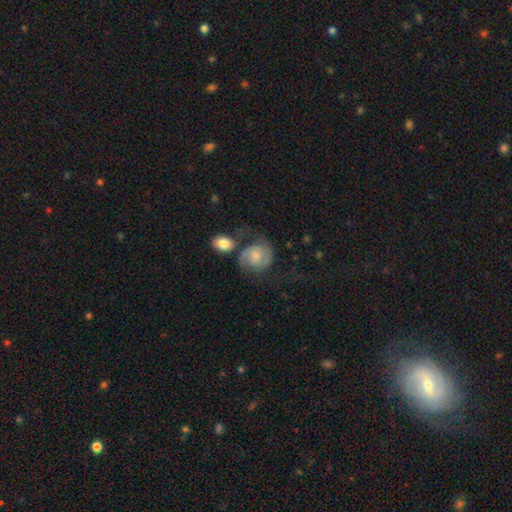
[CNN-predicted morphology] A featured or disk galaxy (60%) with no bar (65%), 2 (86%) medium (48%) spiral arms (90%) and a small central bulge (39%).

Vote fractions:
- Smooth or featured? featured or disk: 60% / smooth: 32% / star or artifact: 8%
- Edge-on disk? no: 98% / yes: 2%
- Bar? no: 65% / weak: 30% / strong: 5%
- Spiral arms? yes: 90% / no: 10%
- Spiral winding? medium: 48% / loose: 29% / tight: 23%
- Spiral arm count? 2: 86% / can't tell: 7% / 1: 3% / 3: 2% / 4: 1% / more than 4: 1%
- Bulge size? small: 39% / moderate: 37% / none: 12% / large: 9% / dominant: 3%
- Merging? none: 45% / minor disturbance: 19% / merger: 18% / major disturbance: 18%